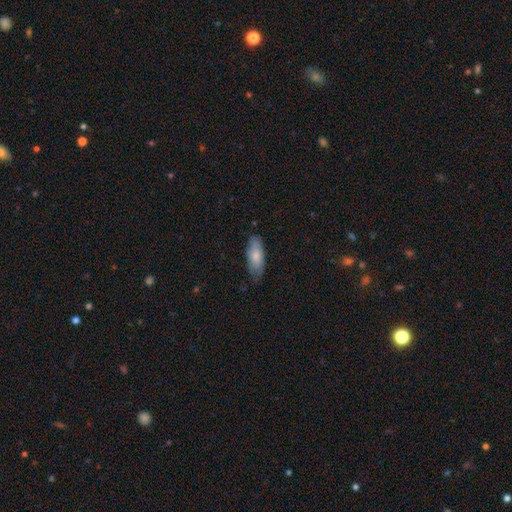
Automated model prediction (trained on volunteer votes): This is likely a smooth galaxy (79%). How rounded: likely in between (77%). Merging: likely none (73%).